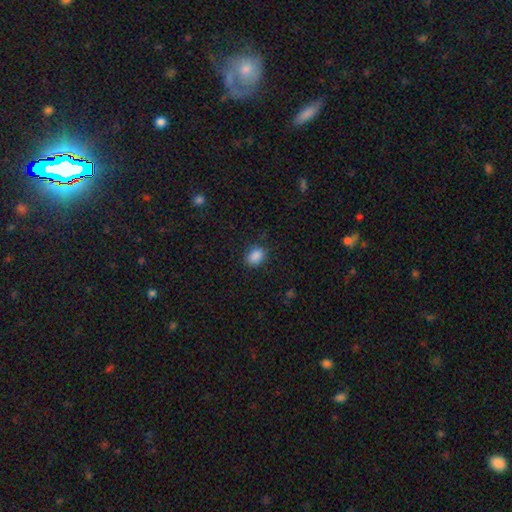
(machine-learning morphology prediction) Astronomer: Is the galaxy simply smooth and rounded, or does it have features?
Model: smooth — 87%.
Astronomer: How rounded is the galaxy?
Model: in between — 64%.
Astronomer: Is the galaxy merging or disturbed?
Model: none — 84%.